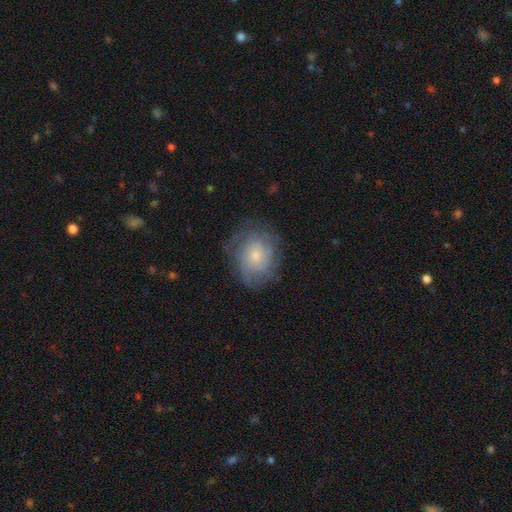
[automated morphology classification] A featured or disk galaxy (47%).

Vote fractions:
- Smooth or featured? featured or disk: 47% / smooth: 44% / star or artifact: 9%
- Merging? none: 69% / minor disturbance: 20% / major disturbance: 10% / merger: 1%